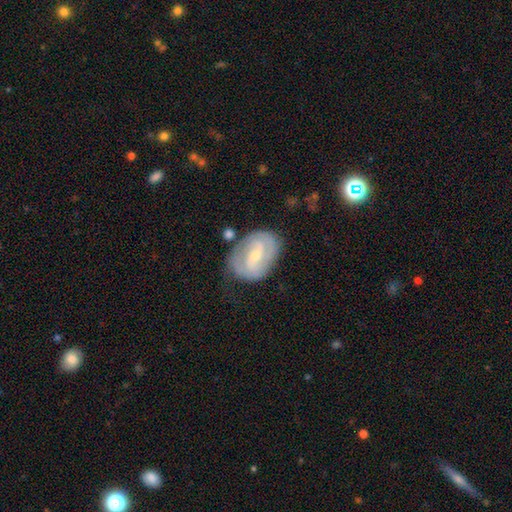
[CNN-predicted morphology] smooth-or-featured: featured or disk: 75% | smooth: 19% | star or artifact: 6%
  disk-edge-on: no: 96% | yes: 4%
    bar: weak: 48% | no: 33% | strong: 19%
    has-spiral-arms: yes: 87% | no: 13%
      spiral-winding: tight: 48% | medium: 39% | loose: 13%
      spiral-arm-count: 2: 64% | can't tell: 22% | 3: 7% | 1: 3% | 4: 2% | more than 4: 2%
    bulge-size: small: 64% | moderate: 33% | none: 2% | large: 1% | dominant: 1%
  merging: none: 67% | minor disturbance: 22% | major disturbance: 8% | merger: 4%